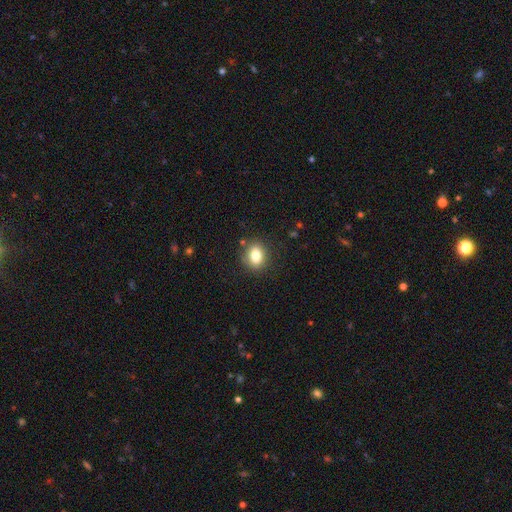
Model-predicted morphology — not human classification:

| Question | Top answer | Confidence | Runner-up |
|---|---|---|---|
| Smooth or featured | smooth | 82% | star or artifact (10%) |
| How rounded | in between | 55% | round (44%) |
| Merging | none | 84% | minor disturbance (11%) |